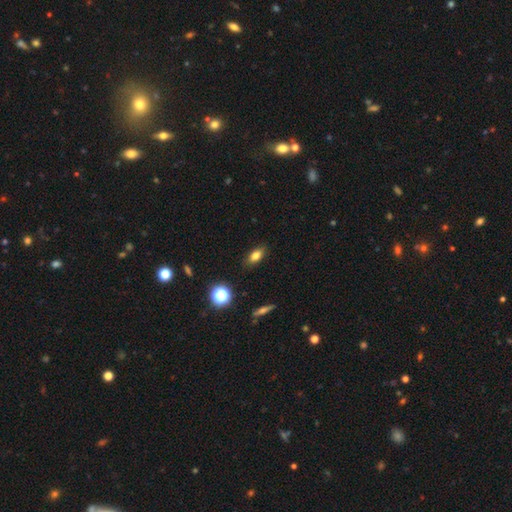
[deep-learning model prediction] smooth 77%, star or artifact 12%, featured or disk 11%. Down the decision tree: how rounded — in between (79%); merging — none (86%).